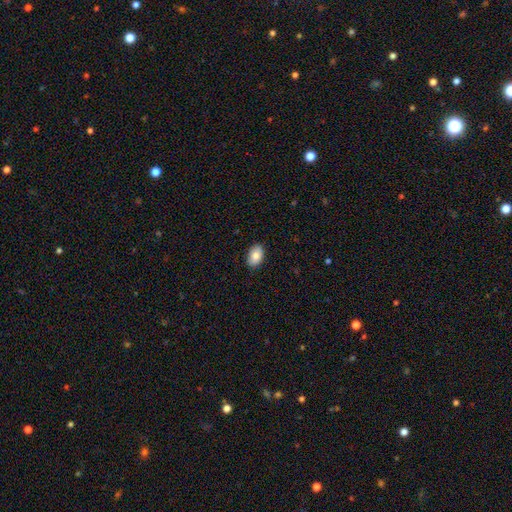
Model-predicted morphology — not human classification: Overall: smooth (83%). How rounded: in between (90%). Merging: none (88%).